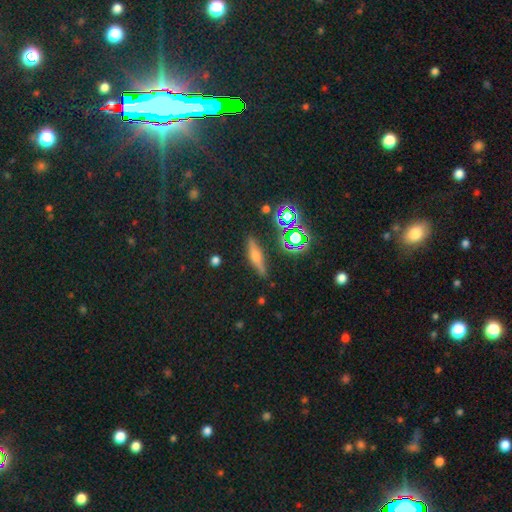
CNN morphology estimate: Smooth or featured: featured or disk — 45% (smooth — 29%)
Merging: none — 86% (minor disturbance — 8%)